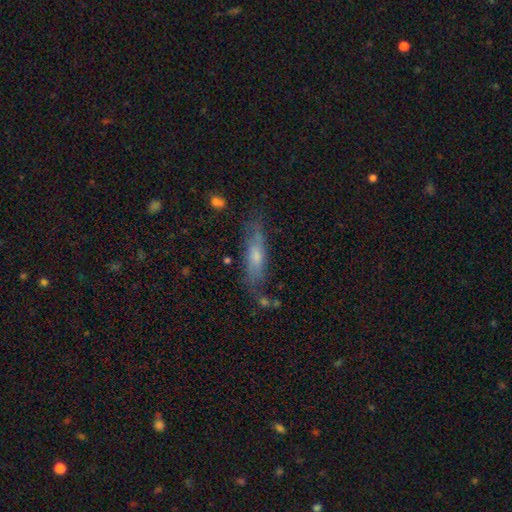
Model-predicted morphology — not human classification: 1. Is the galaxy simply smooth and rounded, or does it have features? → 48% smooth, 42% featured or disk, 10% star or artifact.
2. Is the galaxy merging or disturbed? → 70% none, 19% minor disturbance, 6% major disturbance, 4% merger.